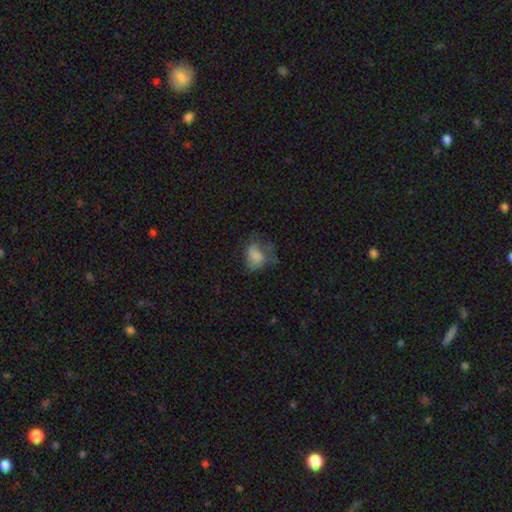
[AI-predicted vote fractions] This is likely a smooth galaxy (65%). How rounded: likely in between (65%). Merging: marginally major disturbance (38%).